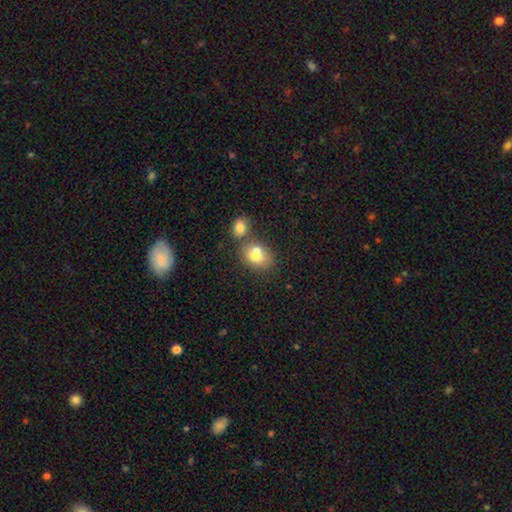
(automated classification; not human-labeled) Smooth or featured: smooth — 74% (featured or disk — 16%)
How rounded: in between — 55% (round — 44%)
Merging: merger — 45% (none — 40%)